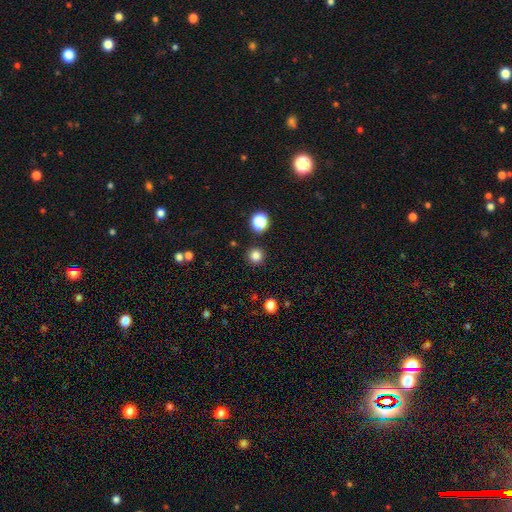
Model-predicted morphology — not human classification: This is clearly a smooth galaxy (82%). How rounded: clearly round (95%). Merging: clearly none (91%).